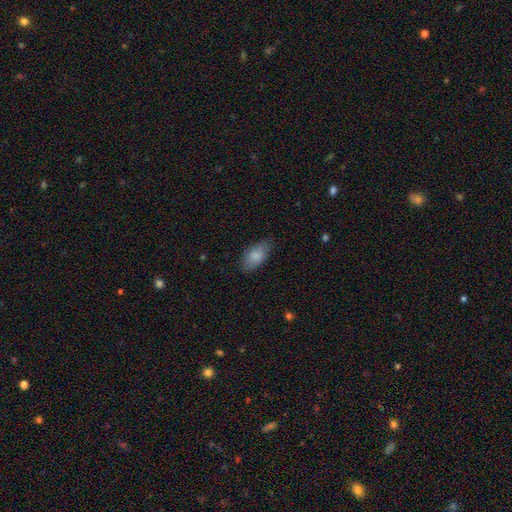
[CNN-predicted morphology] The model was most divided on "merging": none: 72%, minor disturbance: 21%, major disturbance: 5%, merger: 1%. More confident: how rounded — in between (91%); smooth or featured — smooth (83%).